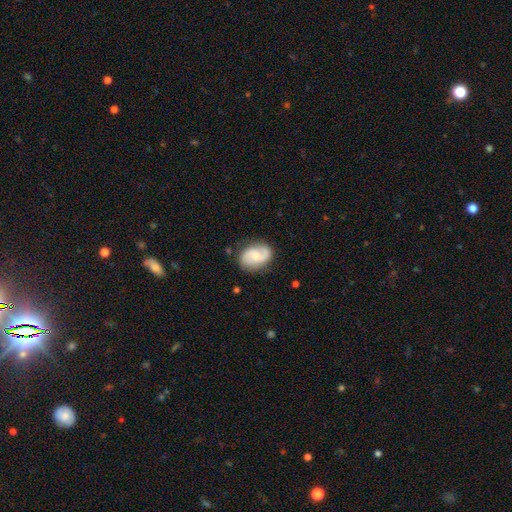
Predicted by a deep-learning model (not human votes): Smooth or featured? Predicted: featured or disk (p=0.72). Edge-on disk? Predicted: no (p=0.98). Bar? Predicted: no (p=0.55). Spiral arms? Predicted: yes (p=0.95). Spiral winding? Predicted: medium (p=0.47). Spiral arm count? Predicted: 2 (p=0.87). Bulge size? Predicted: small (p=0.45). Merging? Predicted: none (p=0.78).